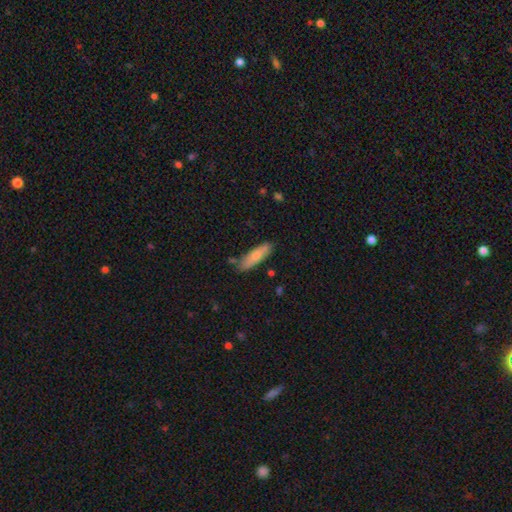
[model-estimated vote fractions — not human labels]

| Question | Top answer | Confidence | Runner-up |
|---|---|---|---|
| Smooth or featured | smooth | 75% | featured or disk (19%) |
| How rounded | cigar-shaped | 63% | in between (35%) |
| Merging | none | 79% | minor disturbance (14%) |